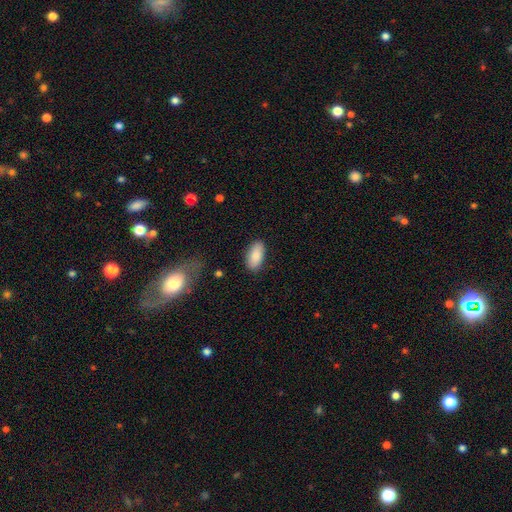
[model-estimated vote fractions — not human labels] Q: Smooth or featured?
A: smooth (88%); runner-up: star or artifact (6%)
Q: How rounded?
A: in between (92%); runner-up: cigar-shaped (6%)
Q: Merging?
A: none (86%); runner-up: minor disturbance (10%)